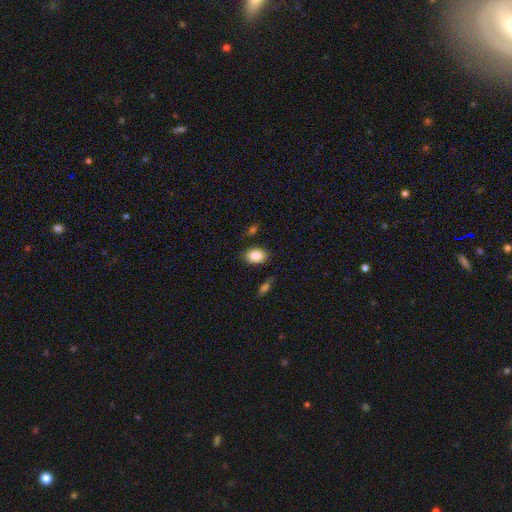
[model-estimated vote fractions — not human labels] Smooth or featured?
  - smooth: 87% *
  - star or artifact: 8%
  - featured or disk: 5%
How rounded?
  - in between: 83% *
  - round: 16%
  - cigar-shaped: 1%
Merging?
  - none: 82% *
  - minor disturbance: 12%
  - major disturbance: 3%
  - merger: 3%